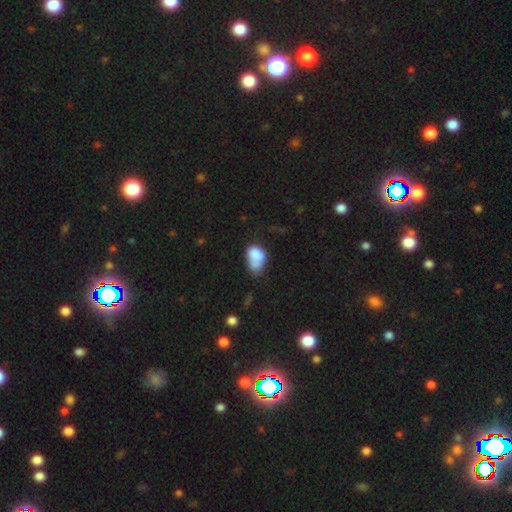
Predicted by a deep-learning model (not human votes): This appears to be a smooth galaxy with no disk features (75%) that is in between round and cigar-shaped (81%). Merging: merger (32%).